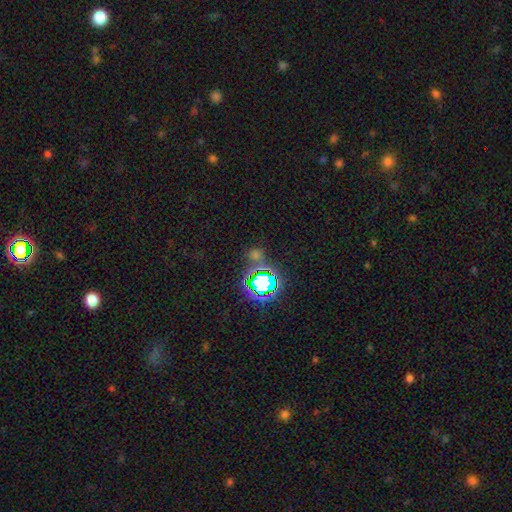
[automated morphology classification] This is possibly a star or artifact rather than a galaxy (59%).